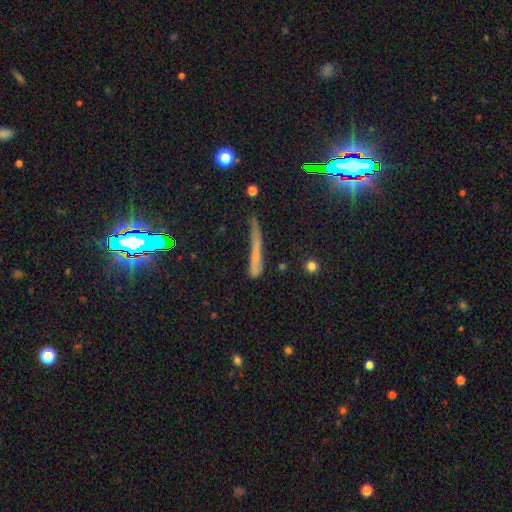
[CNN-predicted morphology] smooth 49%, featured or disk 27%, star or artifact 23%. Down the decision tree: merging — none (54%).